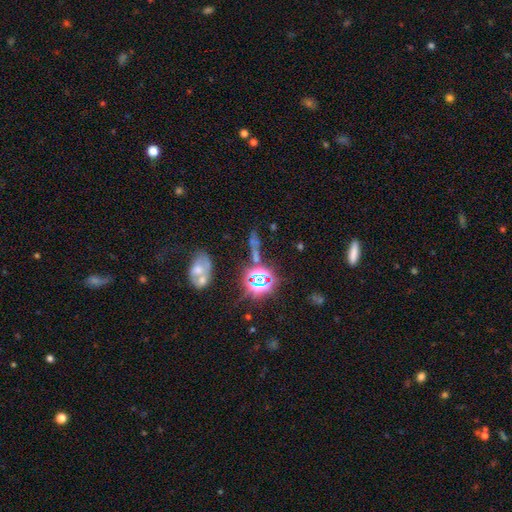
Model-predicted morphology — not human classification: smooth_or_featured: star or artifact (p=0.57) [alt: smooth p=0.26]